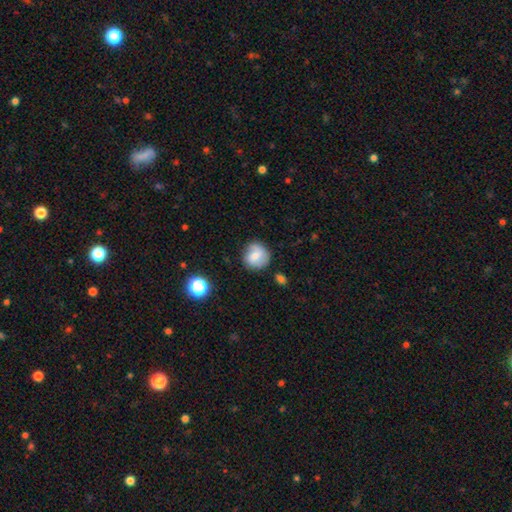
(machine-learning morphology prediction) This appears to be a smooth galaxy with no disk features (65%) that is round (87%). Merging: none (74%).